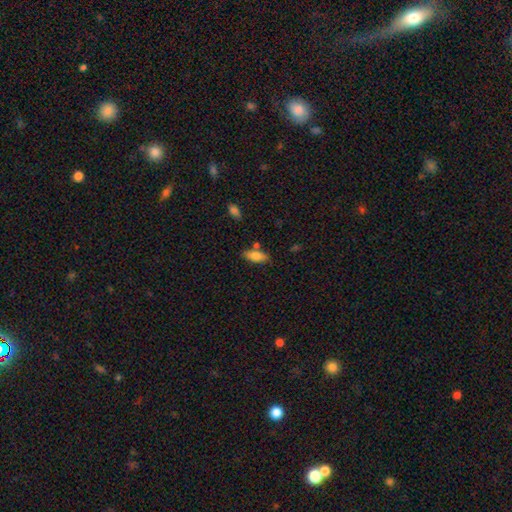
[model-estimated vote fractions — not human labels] Morphology: type=smooth (78%); roundness=in between (79%); merging=none (71%).